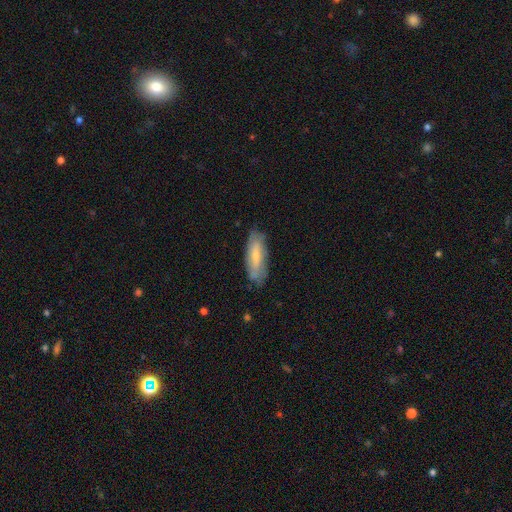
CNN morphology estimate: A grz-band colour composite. It shows a smooth galaxy with no disk features (56%) that is in between round and cigar-shaped (53%). Merging: none (74%).